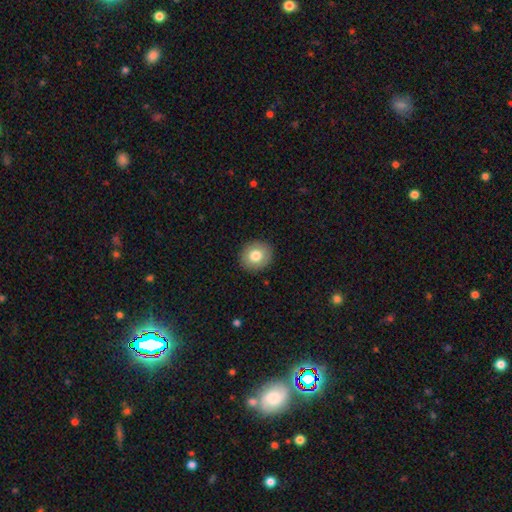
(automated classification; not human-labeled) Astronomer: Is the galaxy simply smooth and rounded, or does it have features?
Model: smooth — 79%.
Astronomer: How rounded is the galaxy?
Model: round — 80%.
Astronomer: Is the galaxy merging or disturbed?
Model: none — 91%.